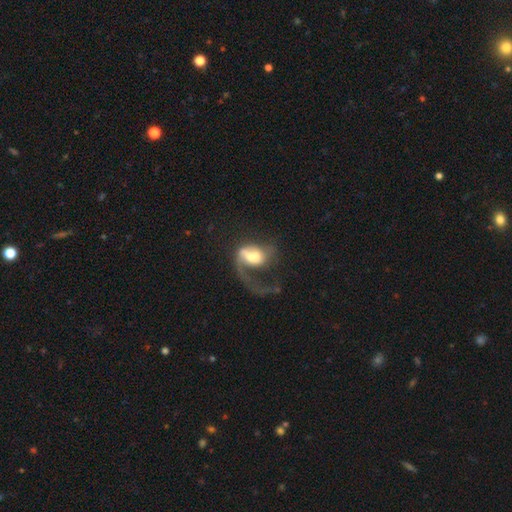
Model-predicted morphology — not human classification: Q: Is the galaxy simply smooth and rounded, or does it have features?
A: featured or disk — 62%.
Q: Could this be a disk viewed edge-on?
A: no — 97%.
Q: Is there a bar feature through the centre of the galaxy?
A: no — 58%.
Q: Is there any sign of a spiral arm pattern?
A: yes — 74%.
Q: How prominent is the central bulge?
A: moderate — 44%.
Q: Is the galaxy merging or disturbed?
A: major disturbance — 47%.